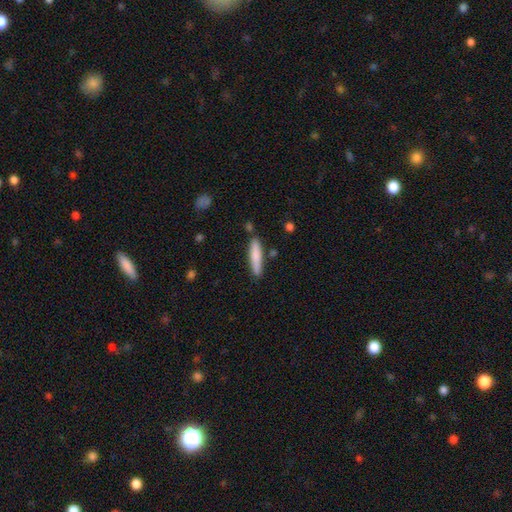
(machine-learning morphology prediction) Overall: smooth (78%). How rounded: cigar-shaped (85%). Merging: none (82%).